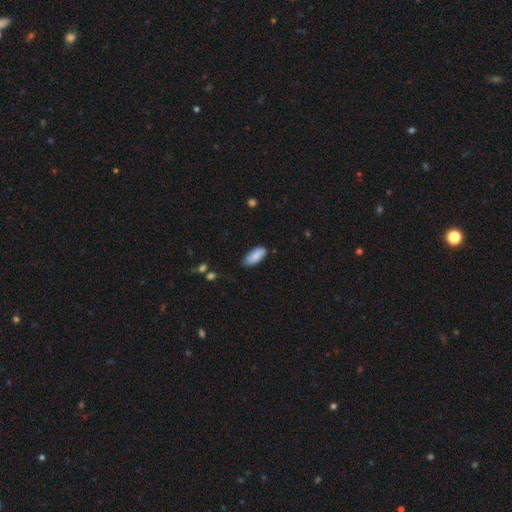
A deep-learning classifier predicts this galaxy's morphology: This is clearly a smooth galaxy (87%). How rounded: clearly in between (84%). Merging: clearly none (81%).